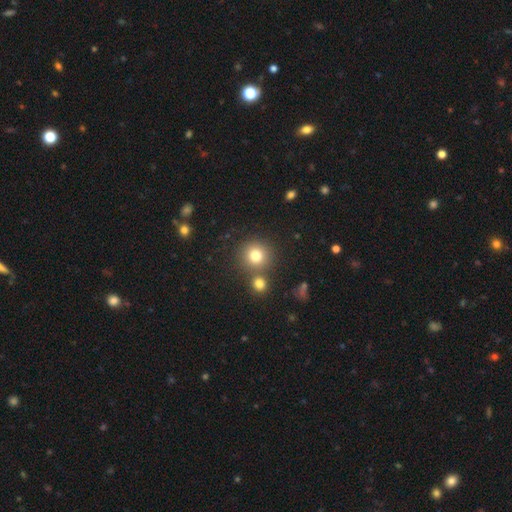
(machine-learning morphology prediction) A smooth galaxy with no disk features (78%) that is round (92%).

Vote fractions:
- Smooth or featured? smooth: 78% / star or artifact: 13% / featured or disk: 9%
- How rounded? round: 92% / in between: 7% / cigar-shaped: 1%
- Merging? none: 73% / merger: 16% / minor disturbance: 7% / major disturbance: 3%